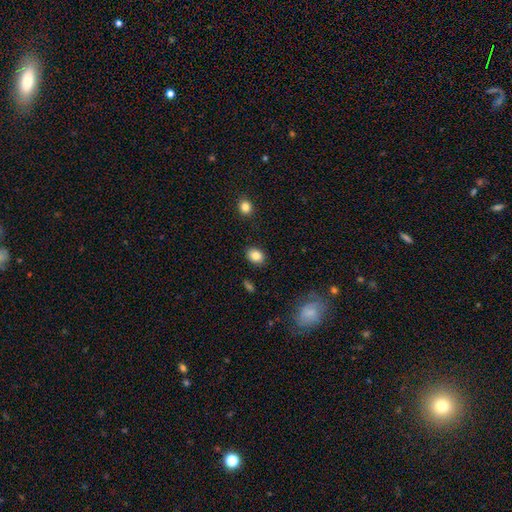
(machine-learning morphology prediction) A smooth galaxy with no disk features (85%) that is in between round and cigar-shaped (64%).

Vote fractions:
- Smooth or featured? smooth: 85% / star or artifact: 9% / featured or disk: 6%
- How rounded? in between: 64% / round: 35% / cigar-shaped: 1%
- Merging? none: 87% / minor disturbance: 9% / major disturbance: 2% / merger: 2%